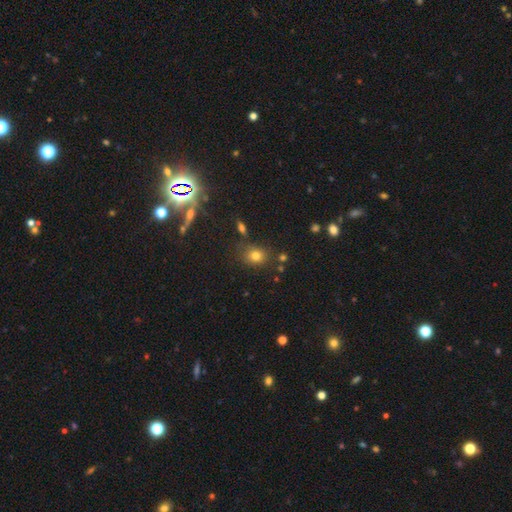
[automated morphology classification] A smooth galaxy with no disk features (75%) that is round (57%).

Vote fractions:
- Smooth or featured? smooth: 75% / star or artifact: 15% / featured or disk: 10%
- How rounded? round: 57% / in between: 42% / cigar-shaped: 1%
- Merging? none: 76% / minor disturbance: 14% / merger: 7% / major disturbance: 4%